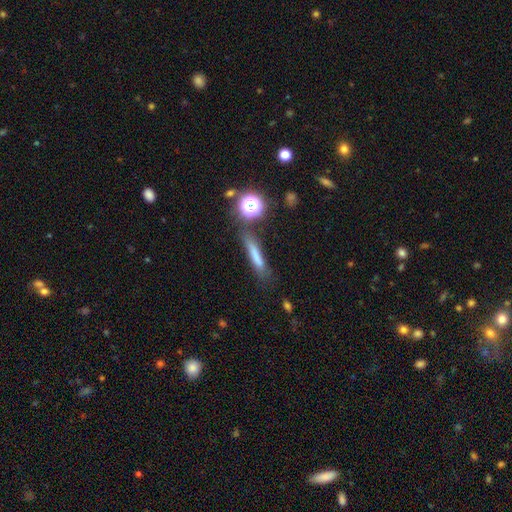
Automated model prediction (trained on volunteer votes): Overall: smooth (69%). How rounded: cigar-shaped (87%). Merging: none (73%).